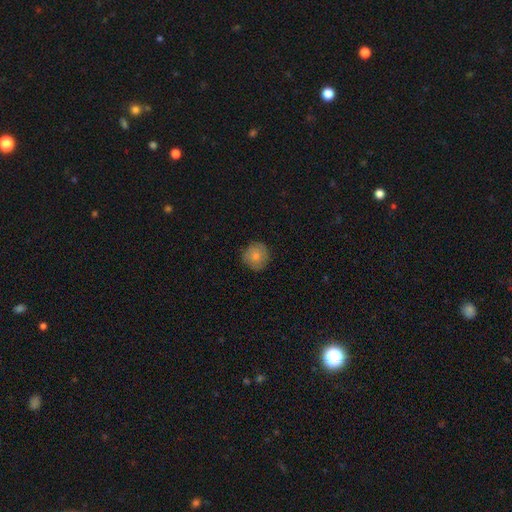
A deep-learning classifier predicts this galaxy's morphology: A smooth galaxy with no disk features (79%) that is round (94%). Merging: none (83%).